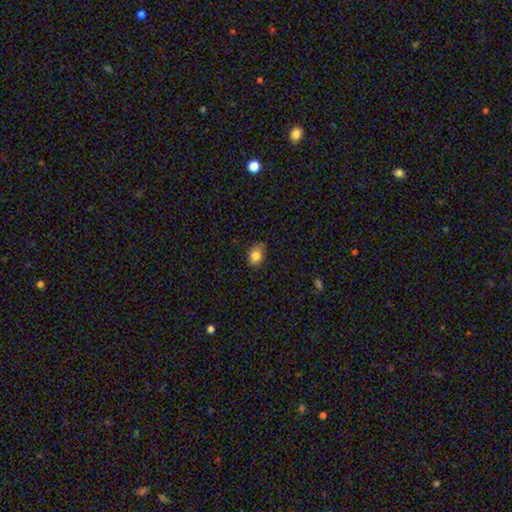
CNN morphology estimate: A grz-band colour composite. It shows a smooth galaxy with no disk features (82%) that is in between round and cigar-shaped (65%). Merging: none (72%).